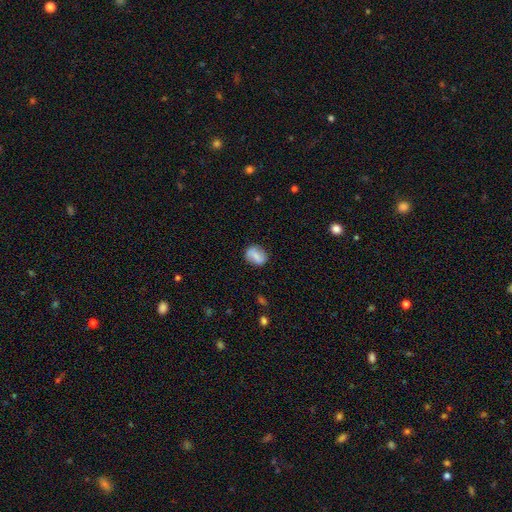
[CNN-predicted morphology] A smooth galaxy with no disk features (59%) that is in between round and cigar-shaped (56%).

Vote fractions:
- Smooth or featured? smooth: 59% / featured or disk: 32% / star or artifact: 9%
- How rounded? in between: 56% / round: 42% / cigar-shaped: 2%
- Merging? none: 74% / minor disturbance: 18% / major disturbance: 5% / merger: 2%